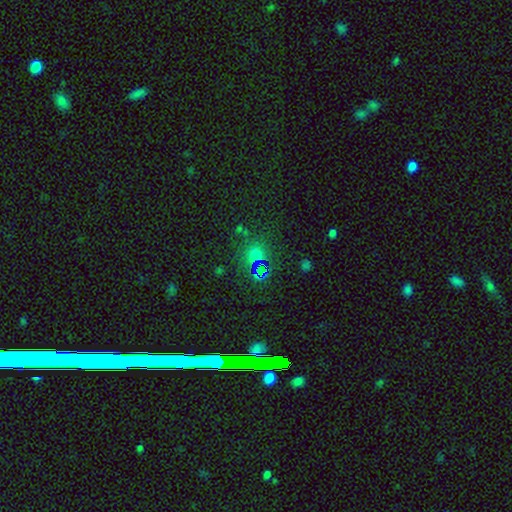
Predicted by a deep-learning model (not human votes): smooth-or-featured: smooth: 52% | star or artifact: 40% | featured or disk: 8%
  how-rounded: round: 83% | in between: 16% | cigar-shaped: 1%
  merging: none: 75% | minor disturbance: 11% | merger: 7% | major disturbance: 6%